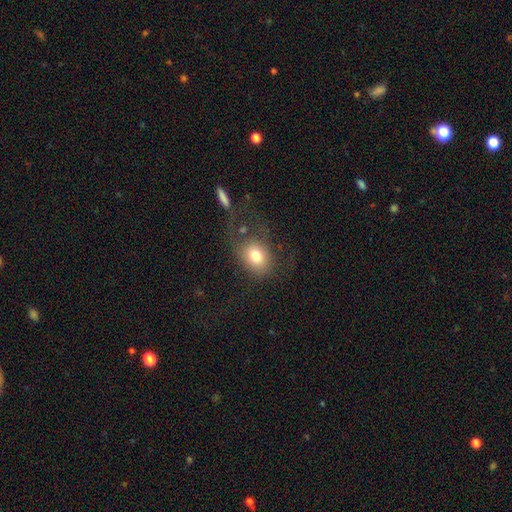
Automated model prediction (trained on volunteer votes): Q: Smooth or featured?
A: smooth (74%); runner-up: featured or disk (16%)
Q: How rounded?
A: in between (56%); runner-up: round (42%)
Q: Merging?
A: none (42%); runner-up: major disturbance (33%)